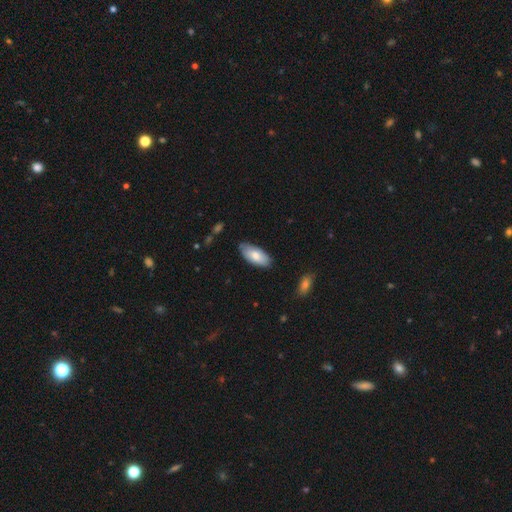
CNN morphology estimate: Overall: smooth (77%). How rounded: in between (91%). Merging: none (77%).